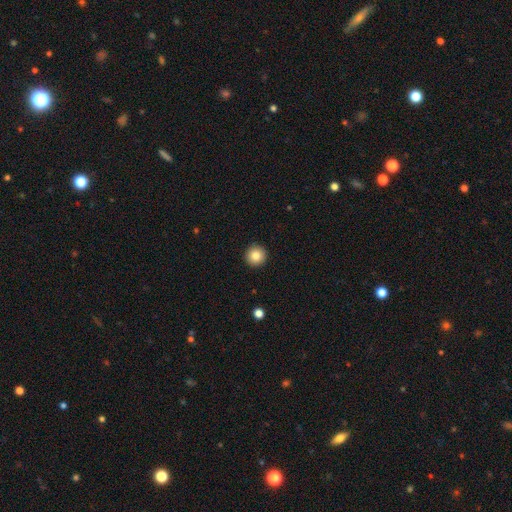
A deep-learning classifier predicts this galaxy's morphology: Smooth or featured? Predicted: smooth (p=0.84). How rounded? Predicted: round (p=0.96). Merging? Predicted: none (p=0.93).